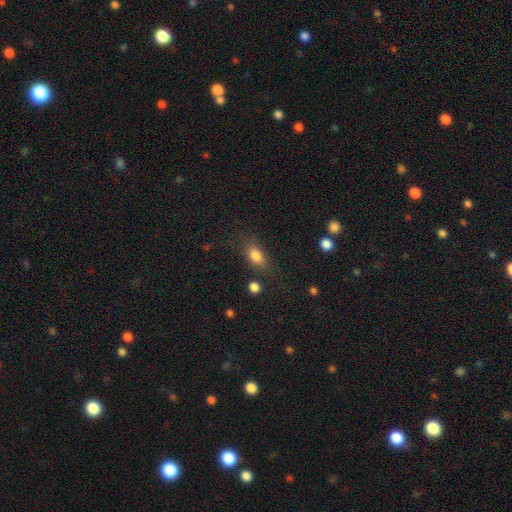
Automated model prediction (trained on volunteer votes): This appears to be a smooth galaxy with no disk features (81%) that is in between round and cigar-shaped (80%). Merging: none (70%).